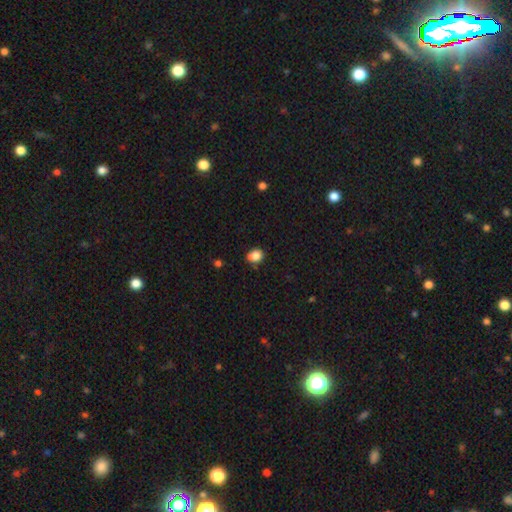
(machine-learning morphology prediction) Smooth or featured? smooth (86%)
How rounded? in between (51%)
Merging? none (67%)